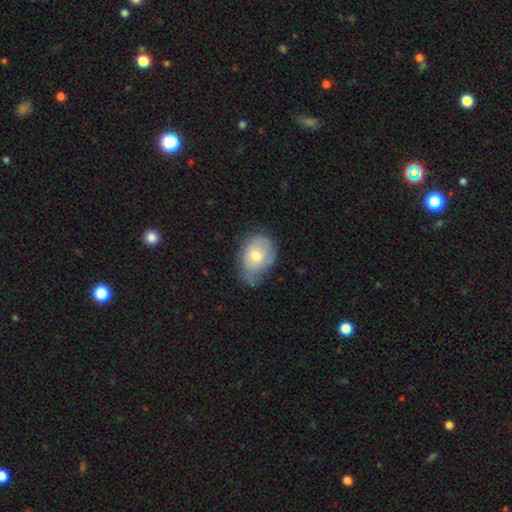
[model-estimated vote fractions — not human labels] Smooth or featured?
  - smooth: 63% *
  - featured or disk: 29%
  - star or artifact: 7%
How rounded?
  - in between: 75% *
  - round: 24%
  - cigar-shaped: 1%
Merging?
  - minor disturbance: 42% *
  - none: 40%
  - major disturbance: 15%
  - merger: 2%